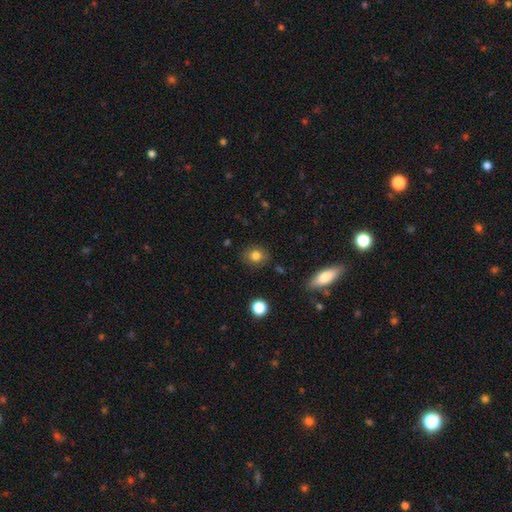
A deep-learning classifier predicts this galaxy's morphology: This is clearly a smooth galaxy (81%). How rounded: likely round (69%). Merging: clearly none (85%).